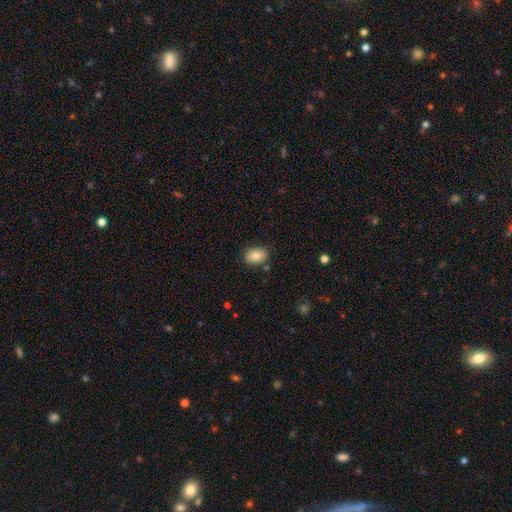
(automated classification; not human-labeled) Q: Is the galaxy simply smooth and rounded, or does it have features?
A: smooth — 81%.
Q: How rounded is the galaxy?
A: in between — 73%.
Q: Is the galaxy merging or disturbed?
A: none — 82%.